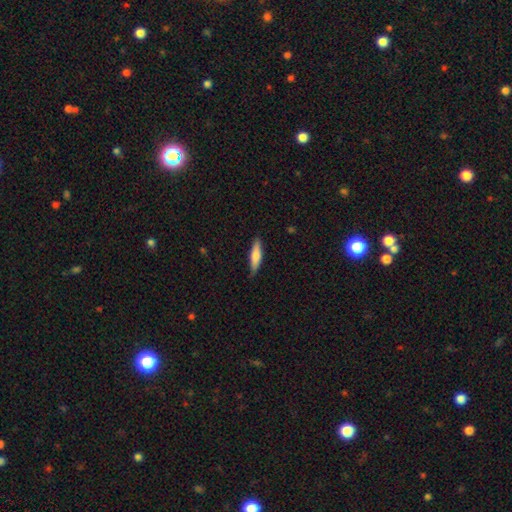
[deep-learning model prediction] Smooth or featured?
  - smooth: 71% *
  - featured or disk: 24%
  - star or artifact: 6%
How rounded?
  - cigar-shaped: 75% *
  - in between: 23%
  - round: 2%
Merging?
  - none: 83% *
  - minor disturbance: 14%
  - major disturbance: 2%
  - merger: 1%